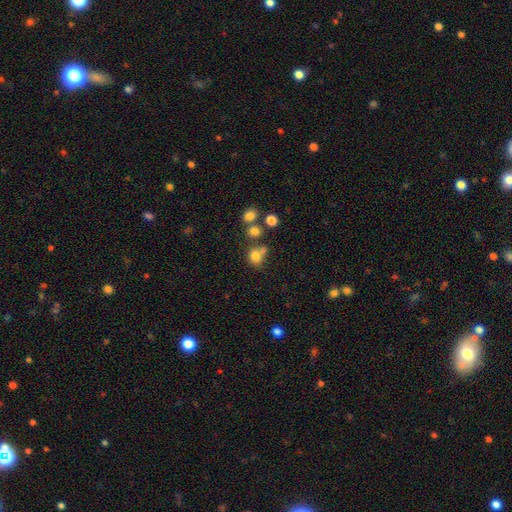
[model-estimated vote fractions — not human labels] smooth_or_featured: smooth (p=0.77) [alt: star or artifact p=0.14]
how_rounded: round (p=0.74) [alt: in between p=0.25]
merging: none (p=0.54) [alt: merger p=0.27]